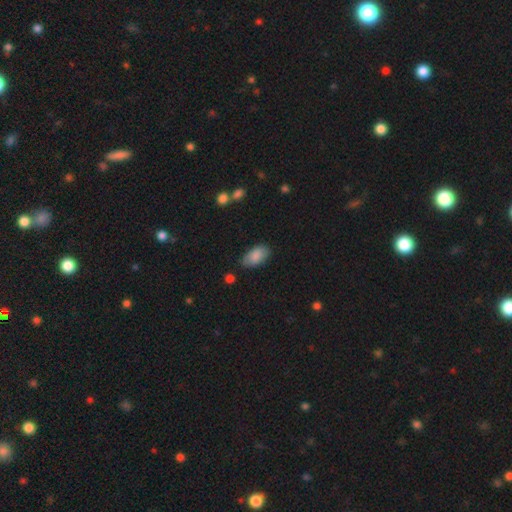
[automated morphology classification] Smooth or featured? Predicted: smooth (p=0.86). How rounded? Predicted: in between (p=0.94). Merging? Predicted: none (p=0.79).